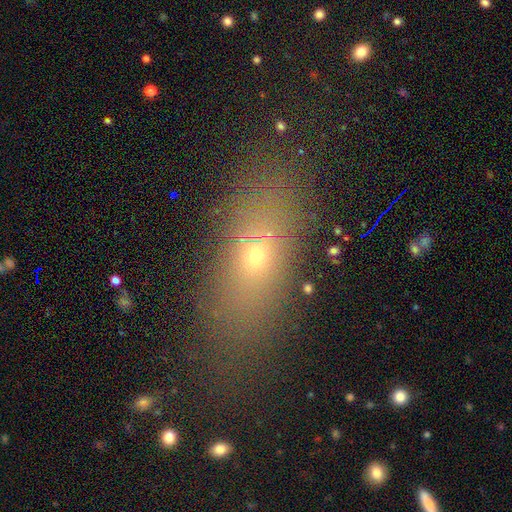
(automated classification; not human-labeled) Smooth or featured?
  - smooth: 65% *
  - star or artifact: 18%
  - featured or disk: 17%
How rounded?
  - in between: 68% *
  - cigar-shaped: 21%
  - round: 11%
Merging?
  - none: 77% *
  - minor disturbance: 13%
  - major disturbance: 7%
  - merger: 3%